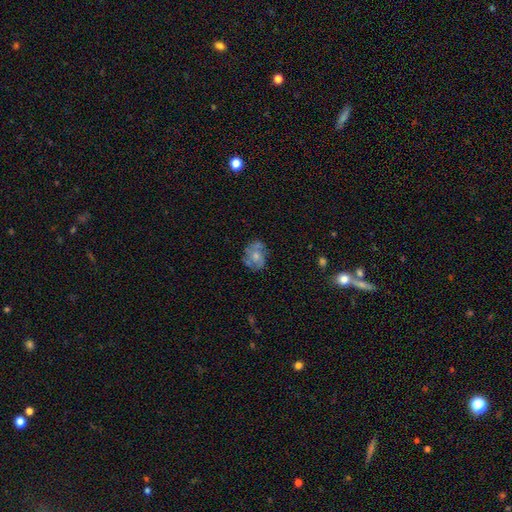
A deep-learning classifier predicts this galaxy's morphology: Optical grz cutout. It shows a featured or disk galaxy (48%). Merging: none (59%).